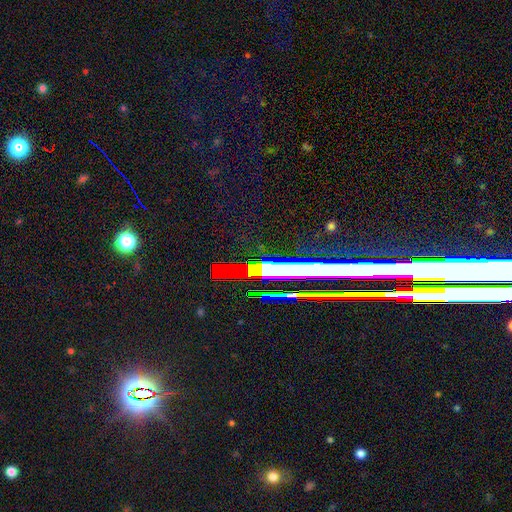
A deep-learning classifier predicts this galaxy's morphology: Smooth or featured: star or artifact — 66% (featured or disk — 18%)